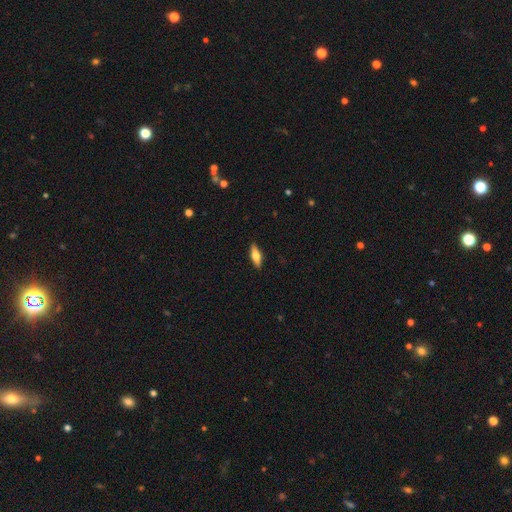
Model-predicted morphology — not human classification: Overall: smooth (54%; featured or disk 39%). How rounded: in between (56%; cigar-shaped 41%). Merging: none (89%).